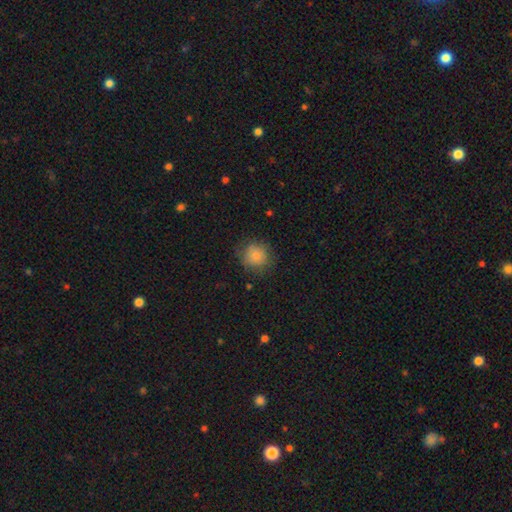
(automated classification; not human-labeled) Smooth or featured: smooth — 82% (star or artifact — 10%)
How rounded: round — 90% (in between — 9%)
Merging: none — 77% (minor disturbance — 16%)